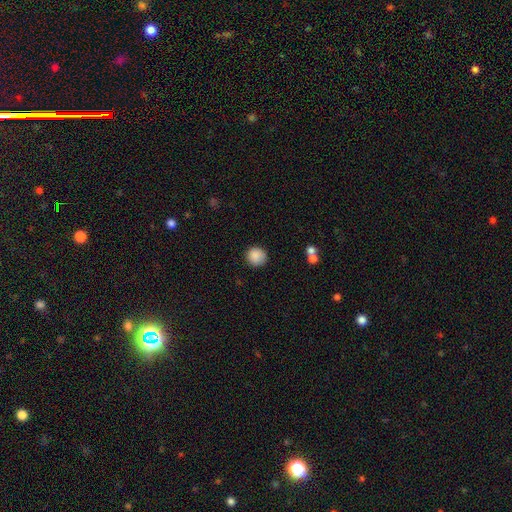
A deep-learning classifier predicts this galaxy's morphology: Smooth or featured? smooth (88%)
How rounded? round (93%)
Merging? none (87%)